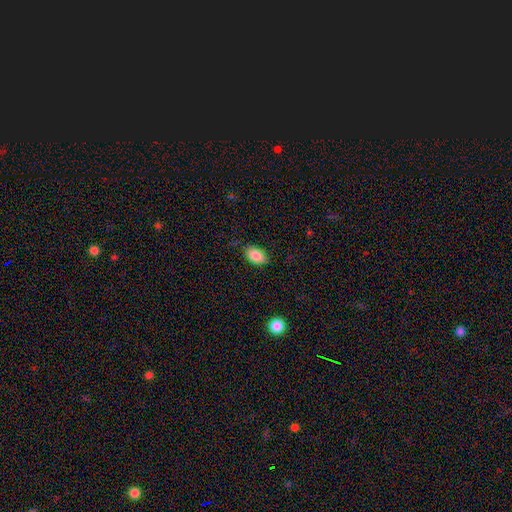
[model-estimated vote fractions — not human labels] smooth 87%, star or artifact 8%, featured or disk 5%. Down the decision tree: how rounded — in between (89%); merging — none (82%).